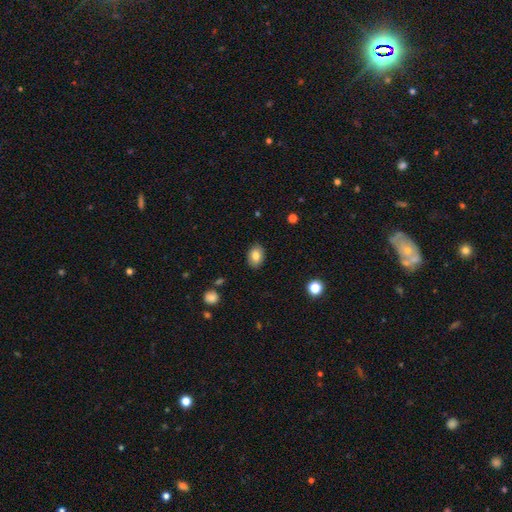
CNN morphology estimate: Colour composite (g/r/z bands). It shows a smooth galaxy with no disk features (81%) that is in between round and cigar-shaped (75%). Merging: none (87%).